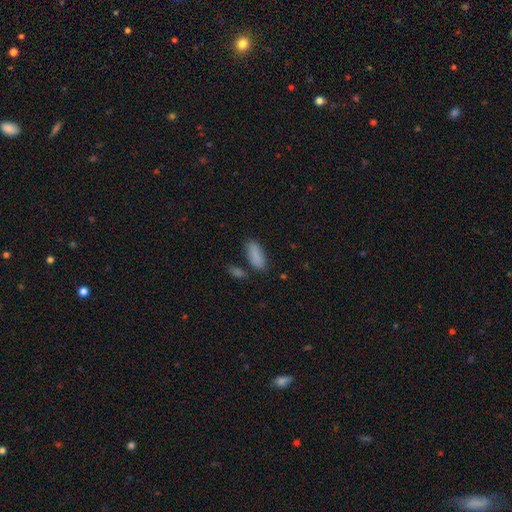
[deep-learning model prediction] smooth-or-featured: smooth: 87% | star or artifact: 7% | featured or disk: 6%
  how-rounded: in between: 79% | cigar-shaped: 18% | round: 2%
  merging: none: 74% | minor disturbance: 15% | merger: 7% | major disturbance: 4%